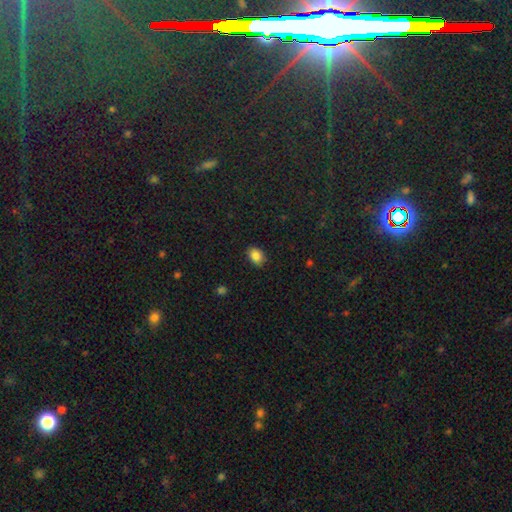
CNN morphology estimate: A smooth galaxy with no disk features (85%) that is in between round and cigar-shaped (67%). Merging: none (84%).